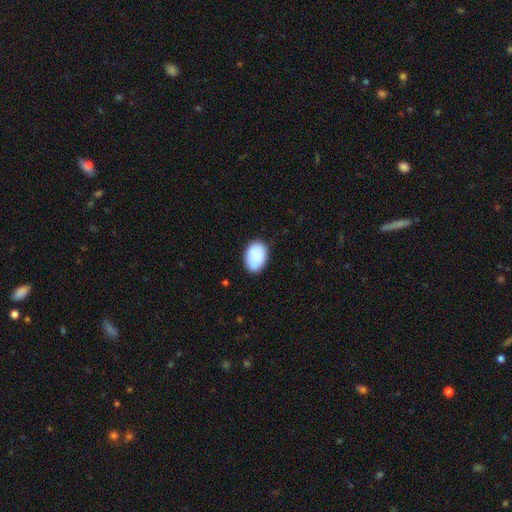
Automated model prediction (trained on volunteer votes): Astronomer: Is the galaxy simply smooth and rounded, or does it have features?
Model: smooth — 88%.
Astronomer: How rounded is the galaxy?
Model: in between — 82%.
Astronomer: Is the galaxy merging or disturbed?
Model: none — 82%.